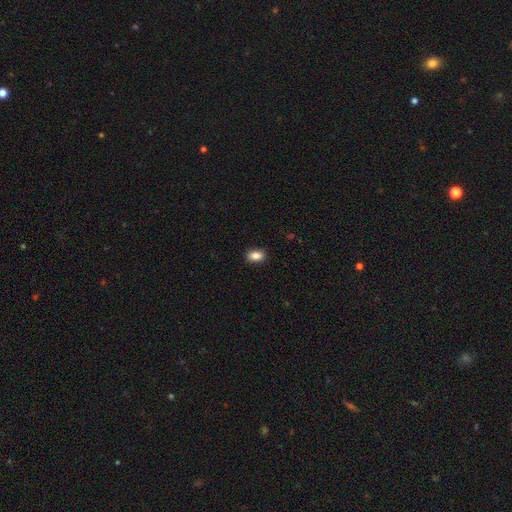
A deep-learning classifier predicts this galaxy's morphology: Smooth or featured? smooth (87%)
How rounded? in between (86%)
Merging? none (89%)